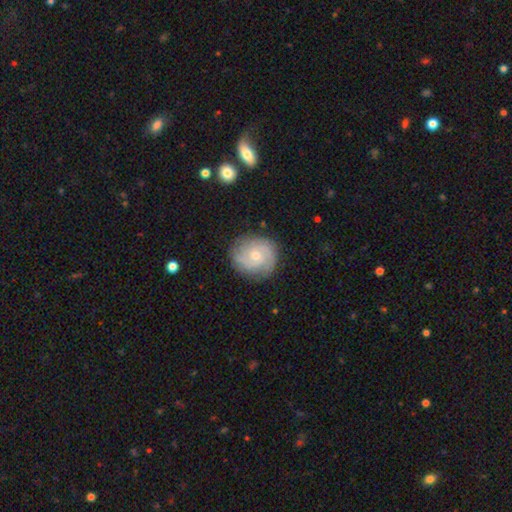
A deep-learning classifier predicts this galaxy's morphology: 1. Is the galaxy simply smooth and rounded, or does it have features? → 71% featured or disk, 22% smooth, 7% star or artifact.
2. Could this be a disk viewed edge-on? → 97% no, 3% yes.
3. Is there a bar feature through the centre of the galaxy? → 74% no, 23% weak, 4% strong.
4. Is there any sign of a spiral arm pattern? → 91% yes, 9% no.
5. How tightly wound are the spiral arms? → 55% tight, 34% medium, 11% loose.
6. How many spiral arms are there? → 36% 2, 26% can't tell, 24% 3, 6% 4, 5% 1, 4% more than 4.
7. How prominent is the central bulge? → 50% moderate, 47% small, 1% large, 1% none, 1% dominant.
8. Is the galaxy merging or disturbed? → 80% none, 15% minor disturbance, 4% major disturbance, 1% merger.